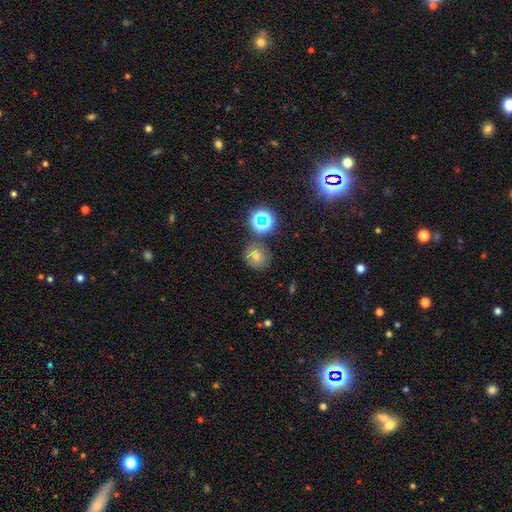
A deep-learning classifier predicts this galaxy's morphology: type=smooth (59%); roundness=round (81%); merging=none (73%).